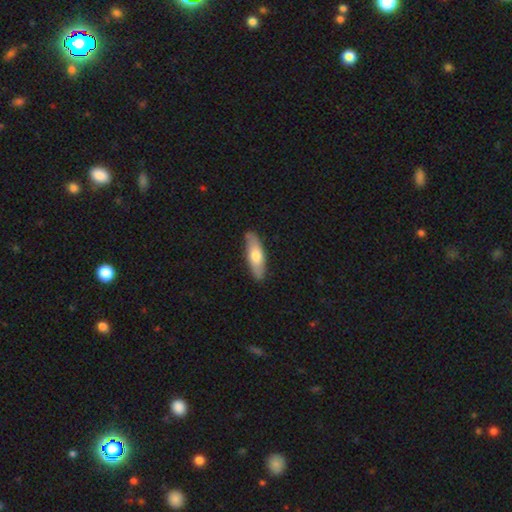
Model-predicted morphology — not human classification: Smooth or featured? Predicted: smooth (p=0.66). How rounded? Predicted: in between (p=0.53). Merging? Predicted: none (p=0.85).